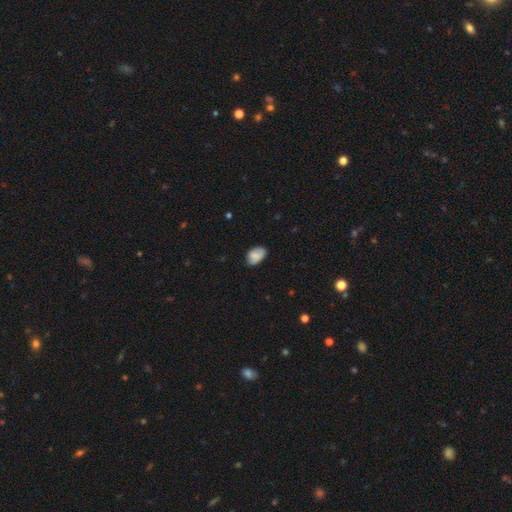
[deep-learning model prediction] Morphology: type=smooth (76%); roundness=in between (87%); merging=none (62%).